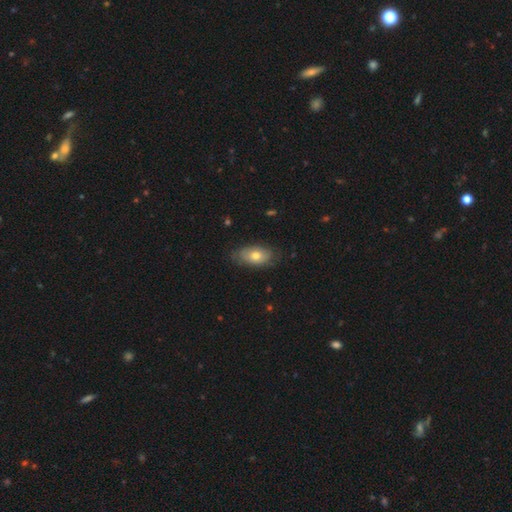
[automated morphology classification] smooth-or-featured: smooth: 63% | featured or disk: 30% | star or artifact: 7%
  how-rounded: in between: 91% | round: 6% | cigar-shaped: 3%
  merging: none: 74% | minor disturbance: 21% | major disturbance: 4% | merger: 1%